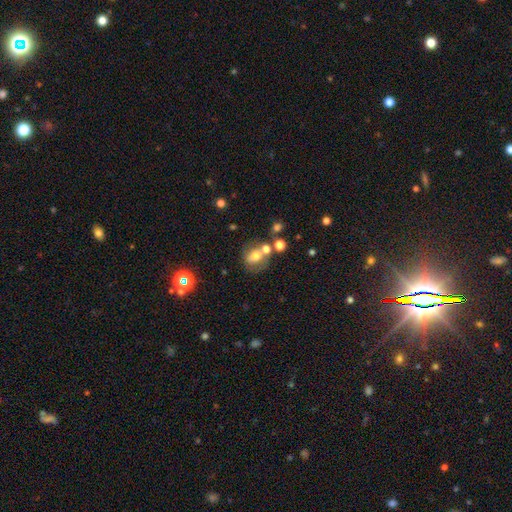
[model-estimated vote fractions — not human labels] Smooth or featured? Predicted: smooth (p=0.60). How rounded? Predicted: round (p=0.57). Merging? Predicted: none (p=0.44).